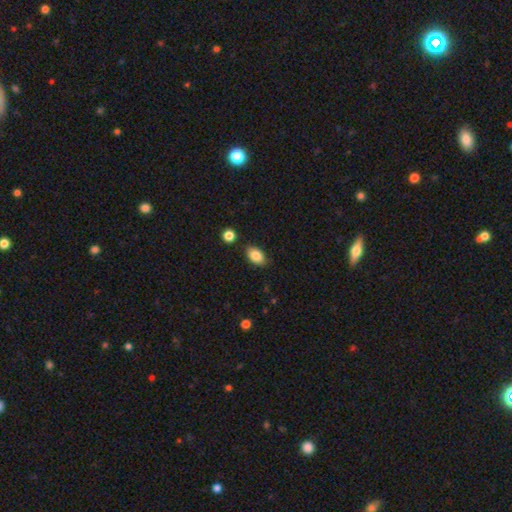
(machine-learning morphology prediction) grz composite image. It shows a smooth galaxy with no disk features (85%) that is in between round and cigar-shaped (90%). Merging: none (84%).